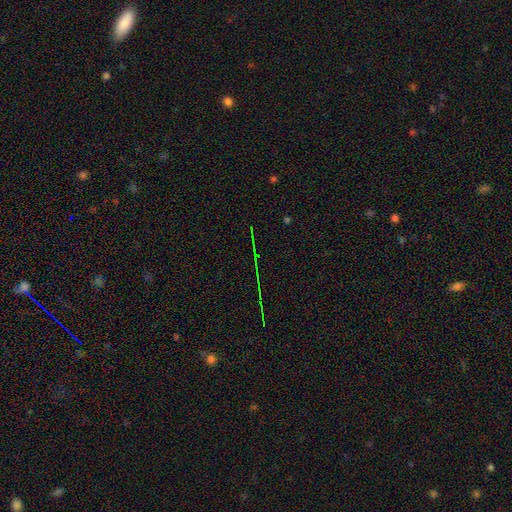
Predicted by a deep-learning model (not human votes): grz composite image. It shows a star or artifact, not a galaxy (74%).